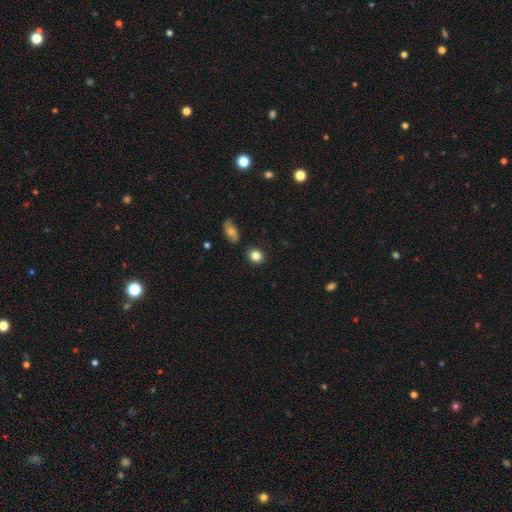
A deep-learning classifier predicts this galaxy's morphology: type=smooth (84%); roundness=round (77%); merging=none (85%).